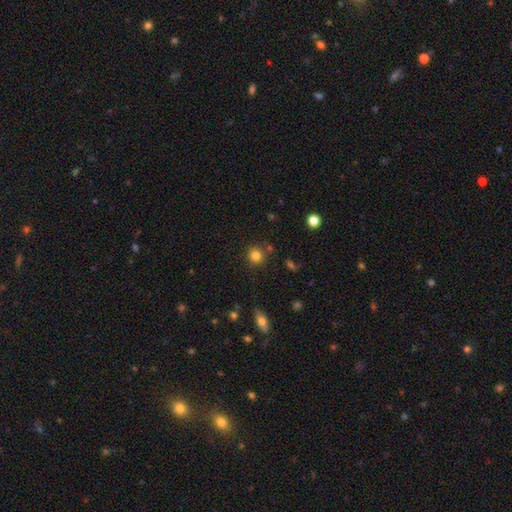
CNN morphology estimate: Overall: smooth (81%). How rounded: round (91%). Merging: none (83%).